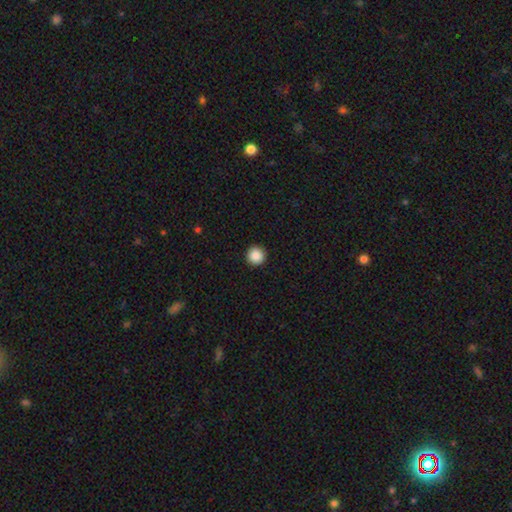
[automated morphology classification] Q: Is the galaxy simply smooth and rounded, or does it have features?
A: smooth — 88%.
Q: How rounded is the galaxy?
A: round — 96%.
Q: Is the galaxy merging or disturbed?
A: none — 93%.